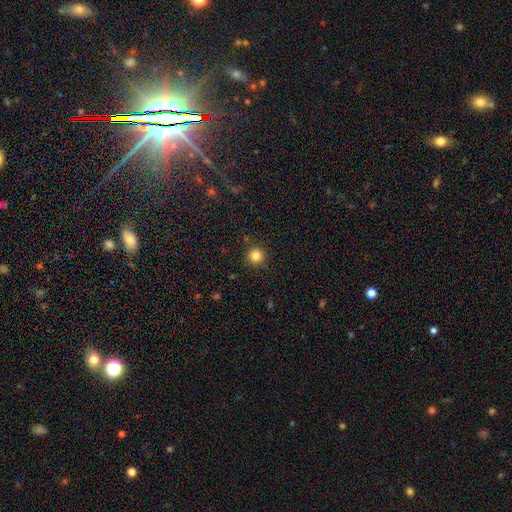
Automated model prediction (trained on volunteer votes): smooth 83%, star or artifact 12%, featured or disk 5%. Down the decision tree: how rounded — round (95%); merging — none (89%).